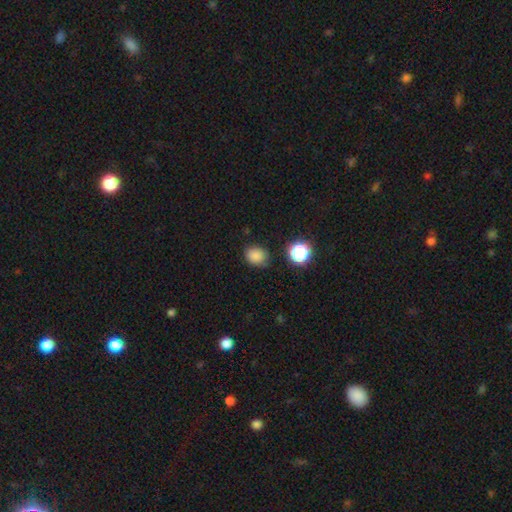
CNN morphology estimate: This is clearly a smooth galaxy (81%). How rounded: possibly round (55%). Merging: likely none (78%).